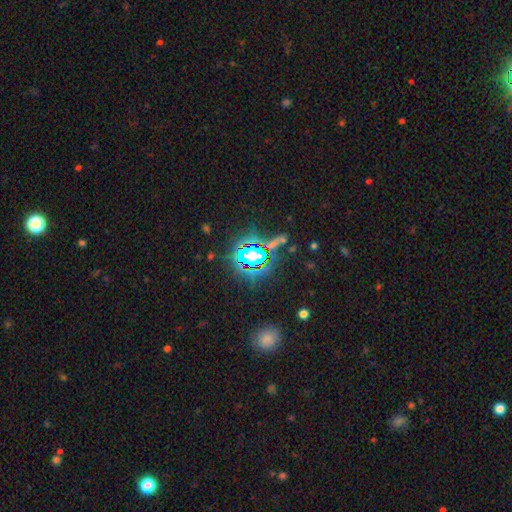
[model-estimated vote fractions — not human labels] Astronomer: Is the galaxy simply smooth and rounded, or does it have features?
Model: star or artifact — 80%.